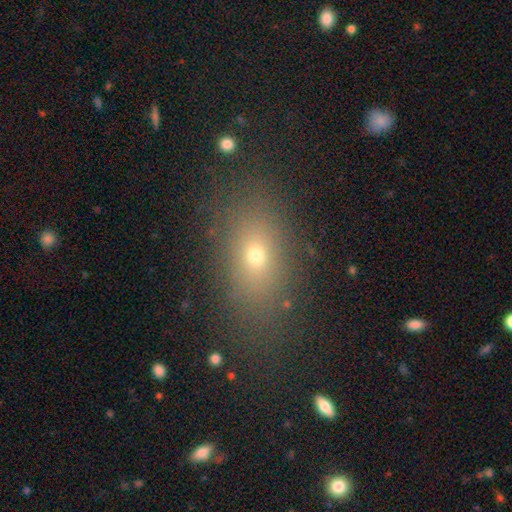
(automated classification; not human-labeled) Smooth or featured: smooth — 66% (star or artifact — 19%)
How rounded: in between — 77% (round — 19%)
Merging: none — 80% (minor disturbance — 12%)